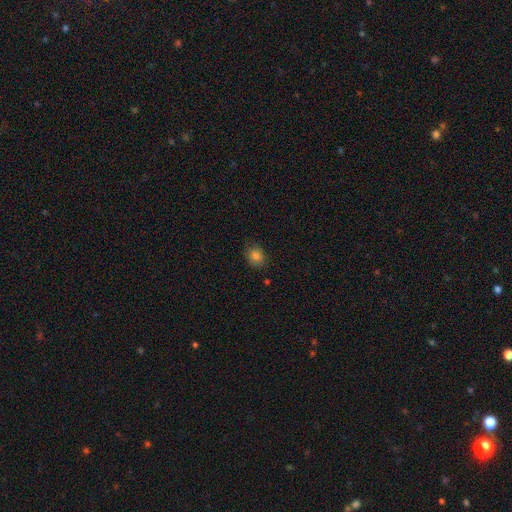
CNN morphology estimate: A smooth galaxy with no disk features (83%) that is round (59%).

Vote fractions:
- Smooth or featured? smooth: 83% / star or artifact: 12% / featured or disk: 5%
- How rounded? round: 59% / in between: 40% / cigar-shaped: 1%
- Merging? none: 78% / minor disturbance: 17% / major disturbance: 4% / merger: 1%